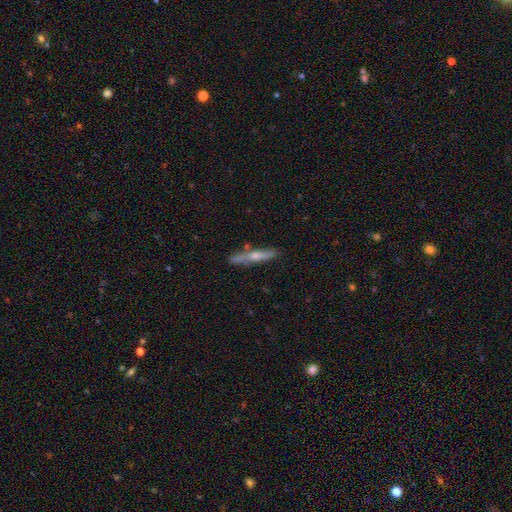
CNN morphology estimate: This appears to be a featured or disk galaxy (60%) viewed edge-on (93%) with a rounded central bulge (82%). Merging: none (82%).